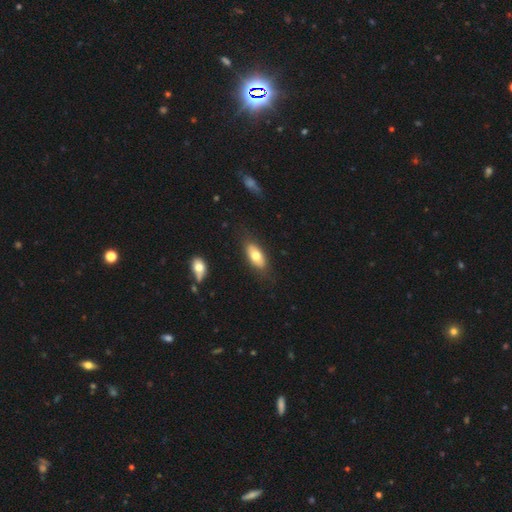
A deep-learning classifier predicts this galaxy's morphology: A smooth galaxy with no disk features (71%) that is in between round and cigar-shaped (87%).

Vote fractions:
- Smooth or featured? smooth: 71% / featured or disk: 22% / star or artifact: 6%
- How rounded? in between: 87% / cigar-shaped: 10% / round: 3%
- Merging? none: 81% / minor disturbance: 14% / major disturbance: 4% / merger: 2%